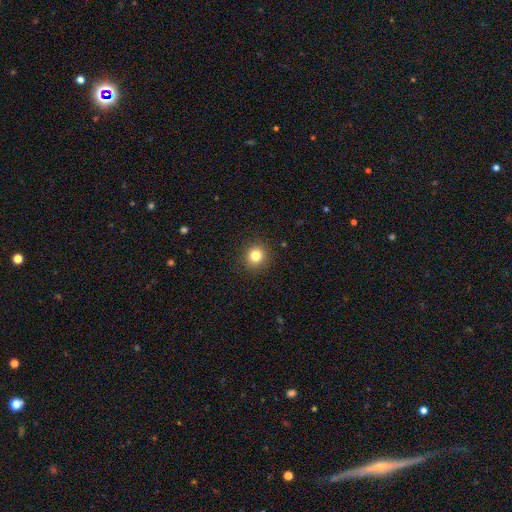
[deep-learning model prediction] Q: Smooth or featured?
A: smooth (82%); runner-up: star or artifact (12%)
Q: How rounded?
A: round (91%); runner-up: in between (8%)
Q: Merging?
A: none (91%); runner-up: minor disturbance (6%)